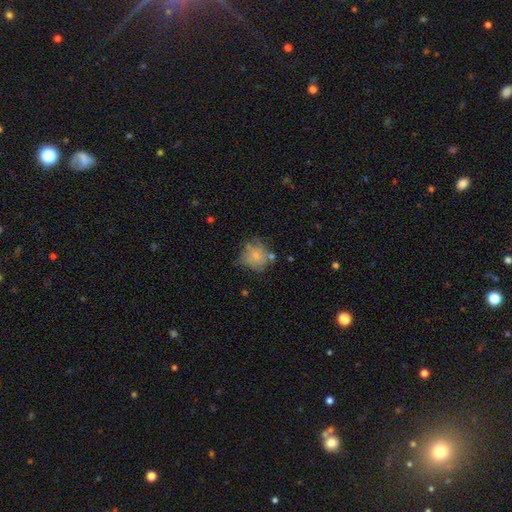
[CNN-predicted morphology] Overall: smooth (68%). How rounded: round (77%). Merging: none (50%; minor disturbance 29%).